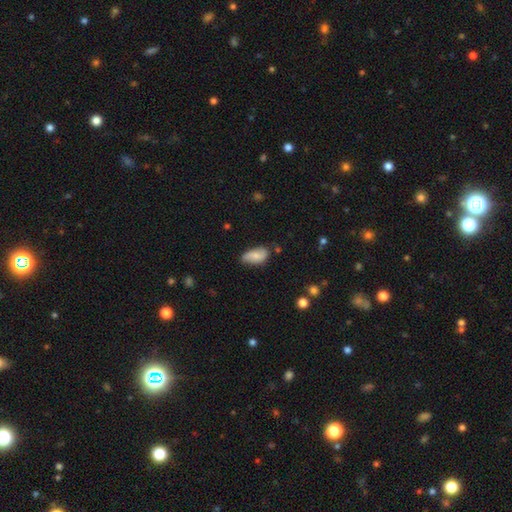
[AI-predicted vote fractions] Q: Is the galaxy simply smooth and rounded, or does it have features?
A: smooth — 68%.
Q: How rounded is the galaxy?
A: in between — 92%.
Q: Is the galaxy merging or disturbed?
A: none — 64%.